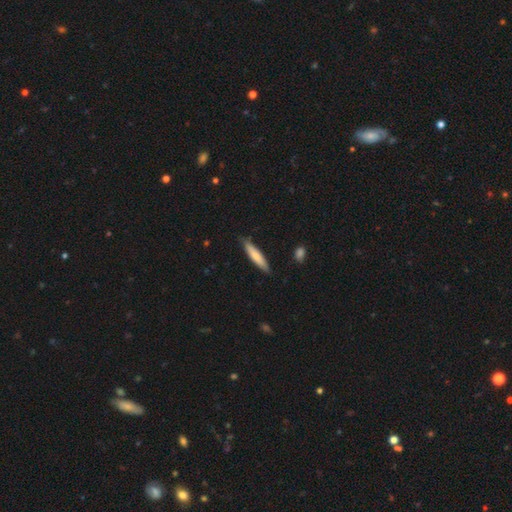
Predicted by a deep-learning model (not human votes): smooth_or_featured: smooth (p=0.72) [alt: featured or disk p=0.23]
how_rounded: cigar-shaped (p=0.84) [alt: in between p=0.14]
merging: none (p=0.84) [alt: minor disturbance p=0.12]